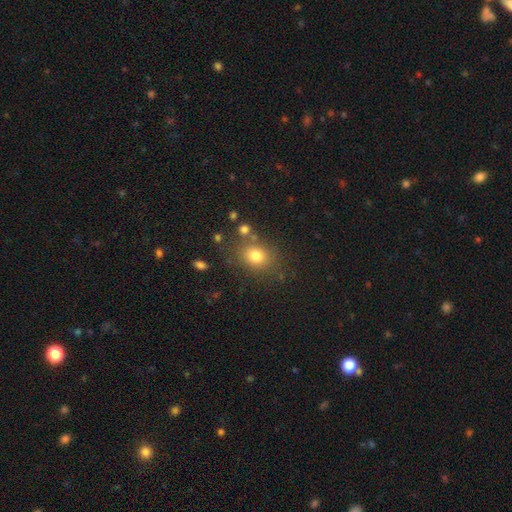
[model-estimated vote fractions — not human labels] smooth_or_featured: smooth (p=0.77) [alt: star or artifact p=0.13]
how_rounded: round (p=0.53) [alt: in between p=0.46]
merging: none (p=0.74) [alt: minor disturbance p=0.13]